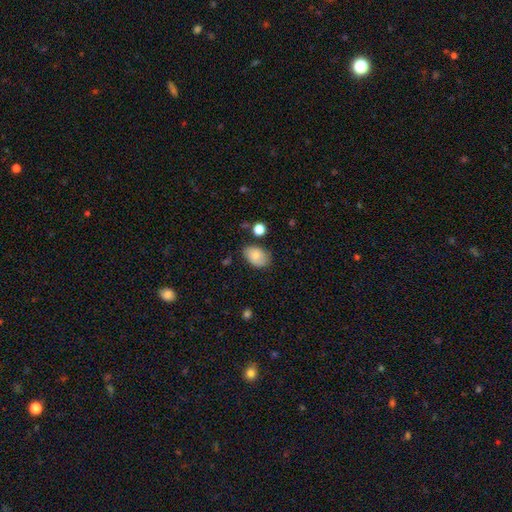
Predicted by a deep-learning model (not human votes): The model was most divided on "merging": none: 72%, minor disturbance: 20%, major disturbance: 4%, merger: 3%. More confident: how rounded — in between (85%); smooth or featured — smooth (76%).